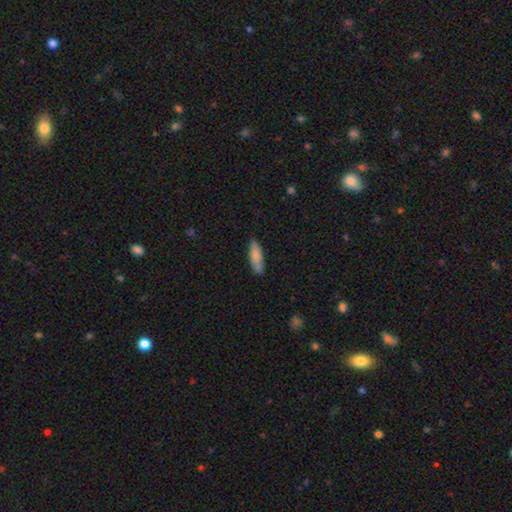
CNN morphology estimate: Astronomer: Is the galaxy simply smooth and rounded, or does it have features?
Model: smooth — 83%.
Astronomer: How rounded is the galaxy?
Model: cigar-shaped — 51% (runner-up: in between, 47%).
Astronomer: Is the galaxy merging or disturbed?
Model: none — 79%.